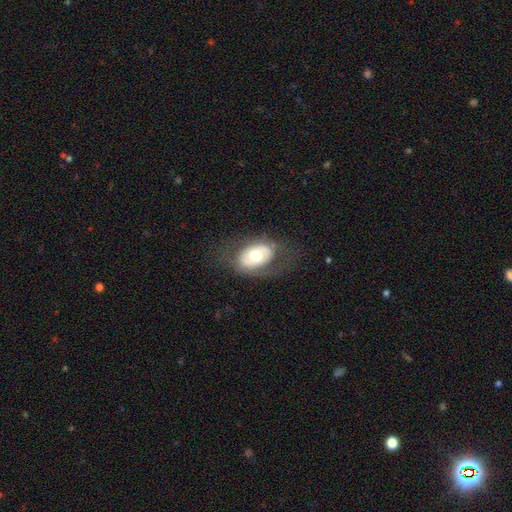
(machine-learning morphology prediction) A smooth galaxy with no disk features (48%). Merging: none (68%).